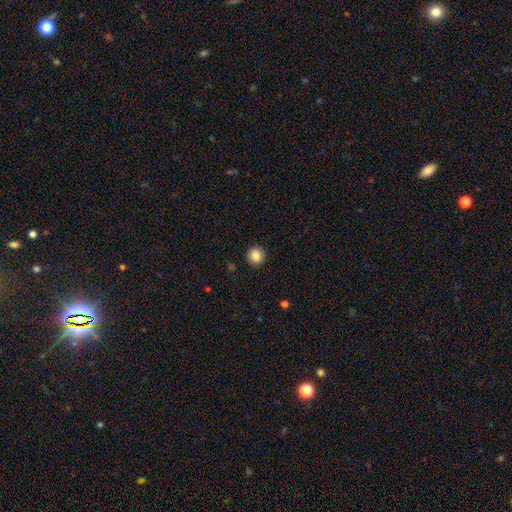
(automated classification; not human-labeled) Overall: smooth (84%). How rounded: round (87%). Merging: none (90%).